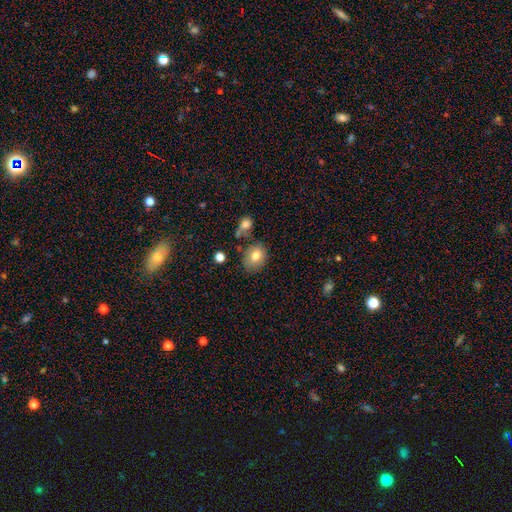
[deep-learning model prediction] smooth-or-featured: smooth: 77% | featured or disk: 13% | star or artifact: 10%
  how-rounded: in between: 51% | round: 48% | cigar-shaped: 1%
  merging: none: 64% | minor disturbance: 18% | merger: 11% | major disturbance: 6%